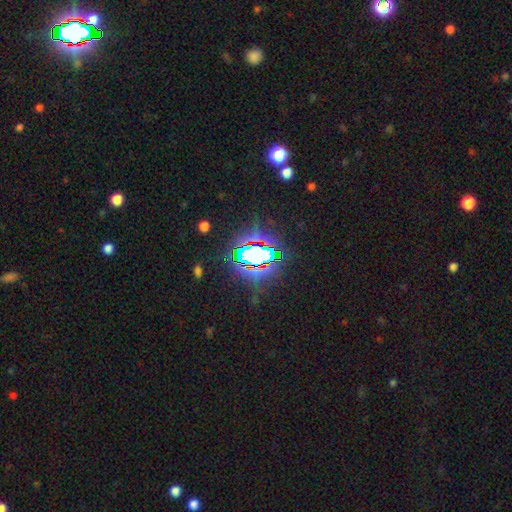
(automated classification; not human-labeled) Smooth or featured?
  - star or artifact: 71% *
  - smooth: 16%
  - featured or disk: 13%